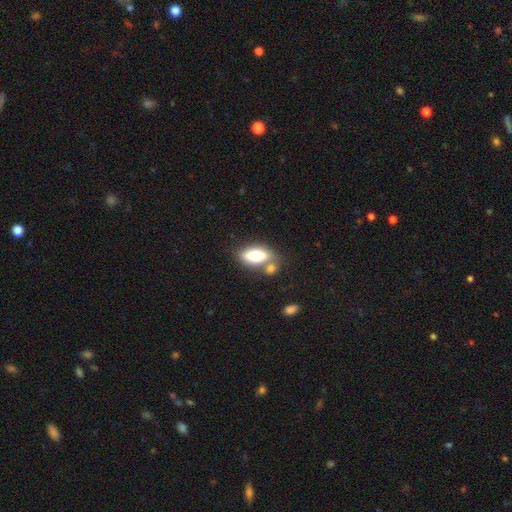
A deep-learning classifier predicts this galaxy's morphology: This is likely a smooth galaxy (74%). How rounded: clearly in between (85%). Merging: possibly none (56%).